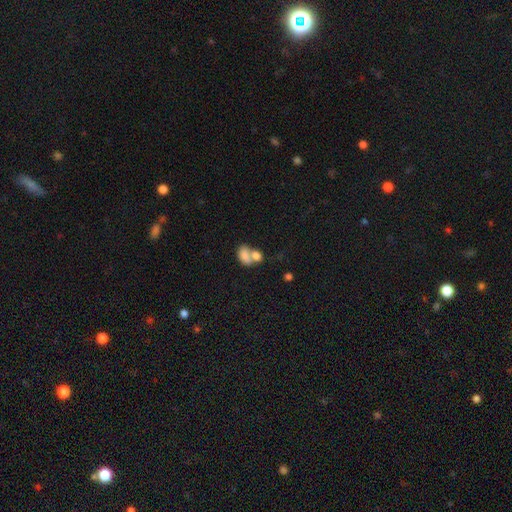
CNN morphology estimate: Smooth or featured: smooth — 78% (featured or disk — 13%)
How rounded: in between — 81% (round — 18%)
Merging: merger — 67% (none — 19%)